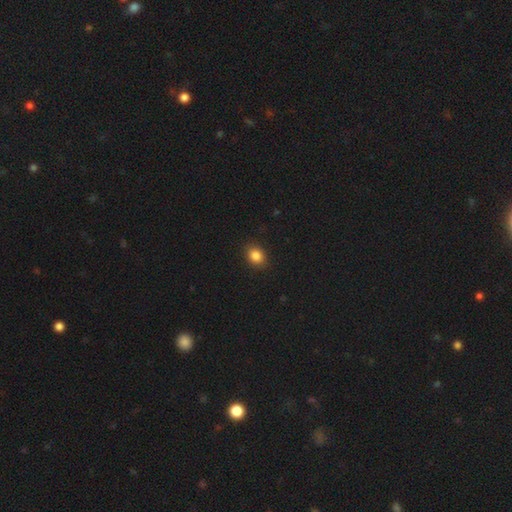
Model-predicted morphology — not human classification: Smooth or featured? Predicted: smooth (p=0.85). How rounded? Predicted: in between (p=0.51). Merging? Predicted: none (p=0.90).